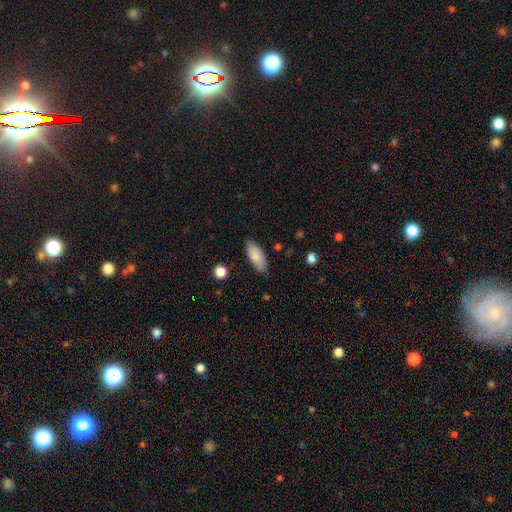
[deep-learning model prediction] A smooth galaxy with no disk features (86%) that is in between round and cigar-shaped (81%).

Vote fractions:
- Smooth or featured? smooth: 86% / featured or disk: 8% / star or artifact: 6%
- How rounded? in between: 81% / cigar-shaped: 18% / round: 2%
- Merging? none: 84% / minor disturbance: 13% / major disturbance: 2% / merger: 1%